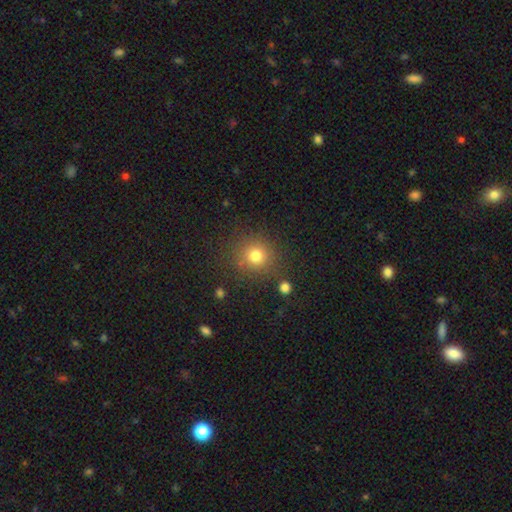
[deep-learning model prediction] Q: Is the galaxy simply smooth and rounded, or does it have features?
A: smooth — 78%.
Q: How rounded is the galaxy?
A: round — 89%.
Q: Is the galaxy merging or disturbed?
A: none — 83%.